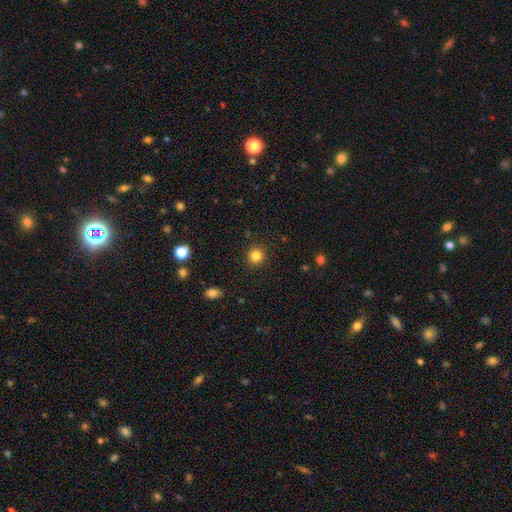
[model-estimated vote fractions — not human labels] This is clearly a smooth galaxy (84%). How rounded: clearly round (91%). Merging: clearly none (91%).